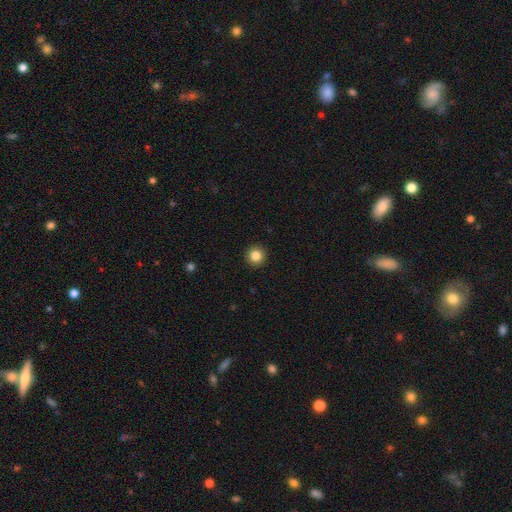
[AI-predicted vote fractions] smooth-or-featured: smooth: 85% | star or artifact: 10% | featured or disk: 5%
  how-rounded: round: 96% | in between: 4% | cigar-shaped: 1%
  merging: none: 93% | minor disturbance: 4% | major disturbance: 1% | merger: 1%